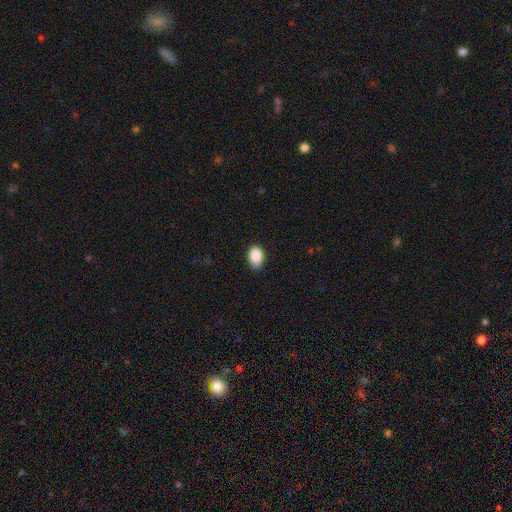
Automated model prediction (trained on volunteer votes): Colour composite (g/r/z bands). It shows a smooth galaxy with no disk features (89%) that is in between round and cigar-shaped (89%). Merging: none (84%).